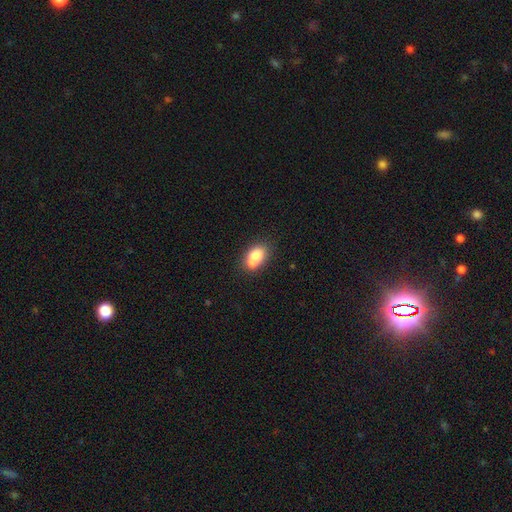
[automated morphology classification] This appears to be a smooth galaxy with no disk features (73%) that is in between round and cigar-shaped (72%). Merging: merger (47%).